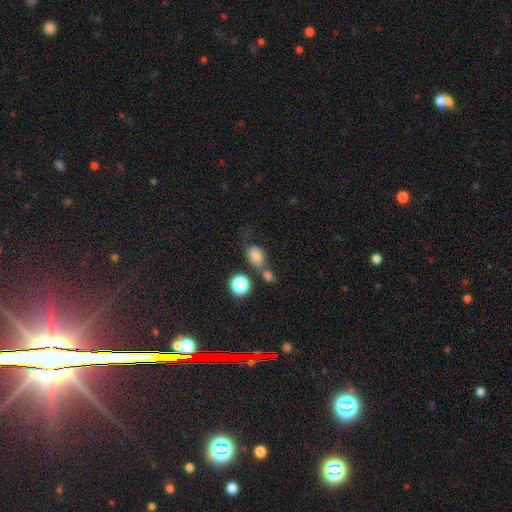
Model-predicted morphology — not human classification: type=smooth (79%); roundness=in between (65%); merging=none (46%).